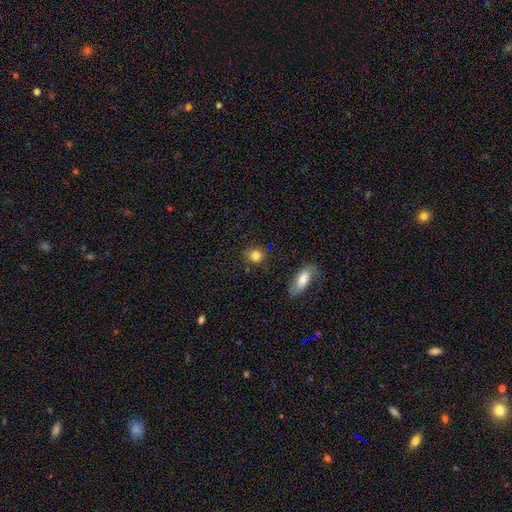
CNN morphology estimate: Q: Smooth or featured?
A: smooth (81%); runner-up: star or artifact (11%)
Q: How rounded?
A: round (76%); runner-up: in between (22%)
Q: Merging?
A: none (82%); runner-up: minor disturbance (12%)